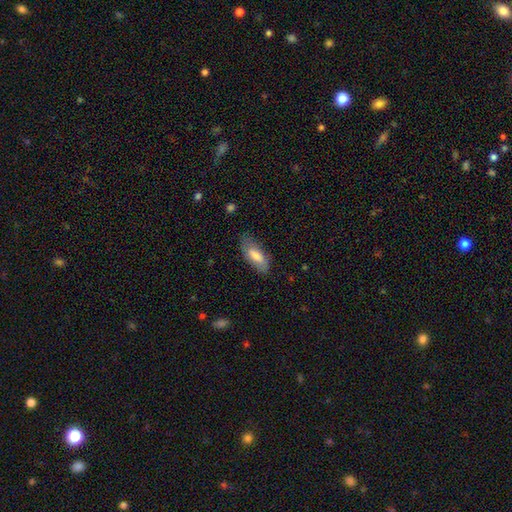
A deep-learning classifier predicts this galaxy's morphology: This is likely a smooth galaxy (75%). How rounded: likely in between (79%). Merging: likely none (71%).